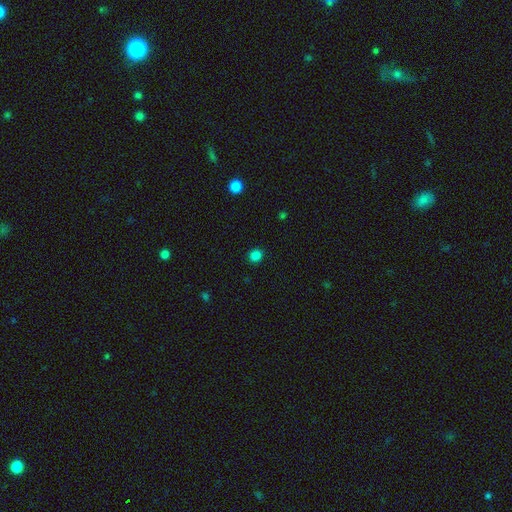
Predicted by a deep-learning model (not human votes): Smooth or featured?
  - smooth: 84% *
  - star or artifact: 13%
  - featured or disk: 3%
How rounded?
  - round: 83% *
  - in between: 17%
  - cigar-shaped: 1%
Merging?
  - none: 91% *
  - minor disturbance: 6%
  - major disturbance: 2%
  - merger: 1%